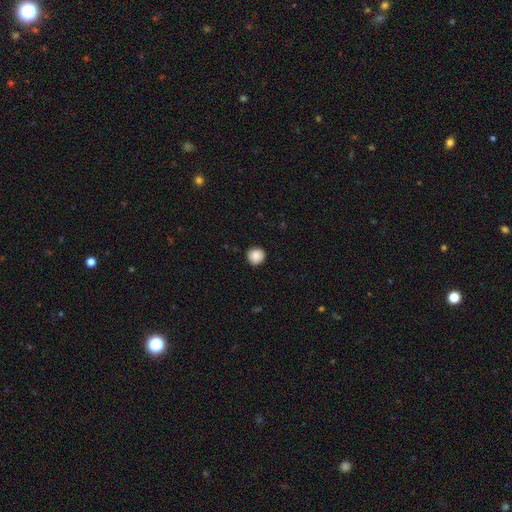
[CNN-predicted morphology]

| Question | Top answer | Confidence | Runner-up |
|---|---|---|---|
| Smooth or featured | smooth | 85% | star or artifact (8%) |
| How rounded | round | 95% | in between (4%) |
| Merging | none | 92% | minor disturbance (6%) |